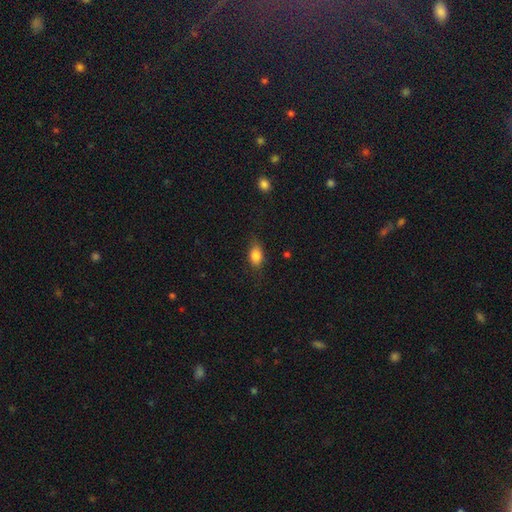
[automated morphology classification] Smooth or featured? smooth (83%)
How rounded? in between (79%)
Merging? none (73%)